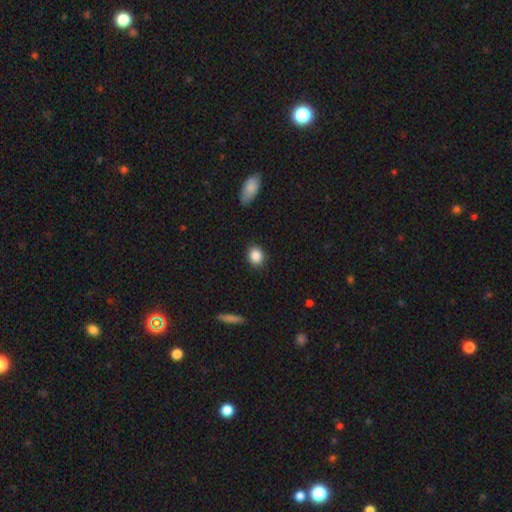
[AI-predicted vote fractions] A smooth galaxy with no disk features (87%) that is round (69%). Merging: none (88%).